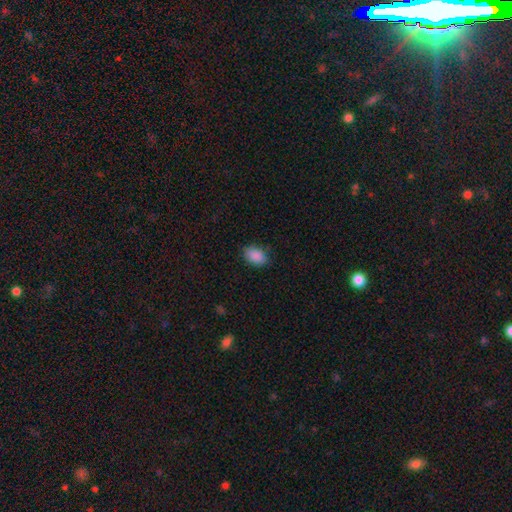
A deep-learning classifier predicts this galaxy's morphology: type=smooth (89%); roundness=in between (86%); merging=none (84%).